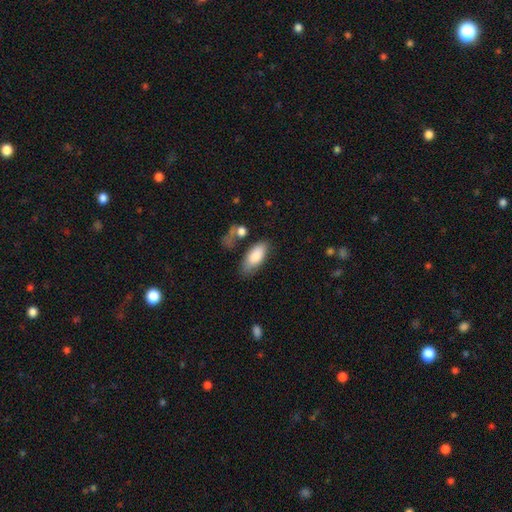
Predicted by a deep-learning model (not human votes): smooth-or-featured: smooth: 85% | featured or disk: 9% | star or artifact: 6%
  how-rounded: in between: 88% | cigar-shaped: 10% | round: 2%
  merging: none: 63% | minor disturbance: 21% | merger: 9% | major disturbance: 7%